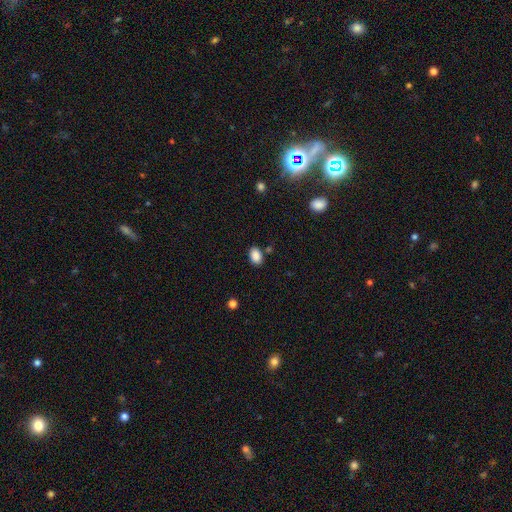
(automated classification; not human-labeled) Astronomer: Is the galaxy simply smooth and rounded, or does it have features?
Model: smooth — 87%.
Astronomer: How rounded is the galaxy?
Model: in between — 81%.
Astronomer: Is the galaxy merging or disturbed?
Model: none — 80%.